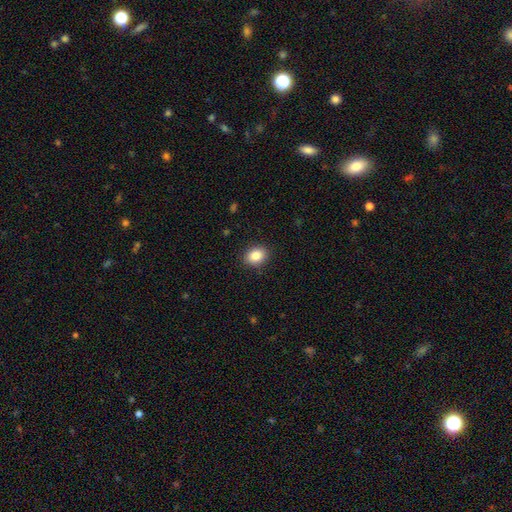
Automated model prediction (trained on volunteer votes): Smooth or featured: smooth — 87% (star or artifact — 9%)
How rounded: in between — 55% (round — 44%)
Merging: none — 89% (minor disturbance — 8%)